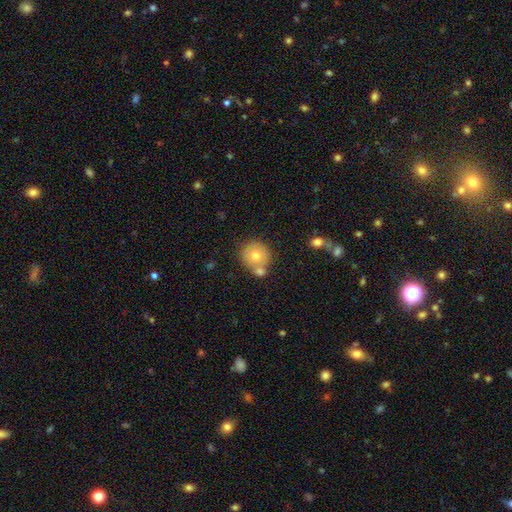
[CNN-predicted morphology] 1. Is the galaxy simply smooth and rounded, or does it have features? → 73% smooth, 18% featured or disk, 10% star or artifact.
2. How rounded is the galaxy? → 91% round, 8% in between, 1% cigar-shaped.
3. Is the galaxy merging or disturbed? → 61% none, 25% merger, 10% minor disturbance, 3% major disturbance.